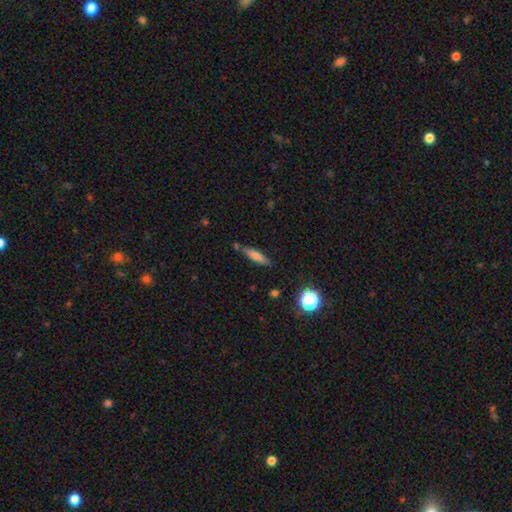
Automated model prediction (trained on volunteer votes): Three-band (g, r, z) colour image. It shows a smooth galaxy with no disk features (68%) that is cigar-shaped (76%). Merging: none (76%).